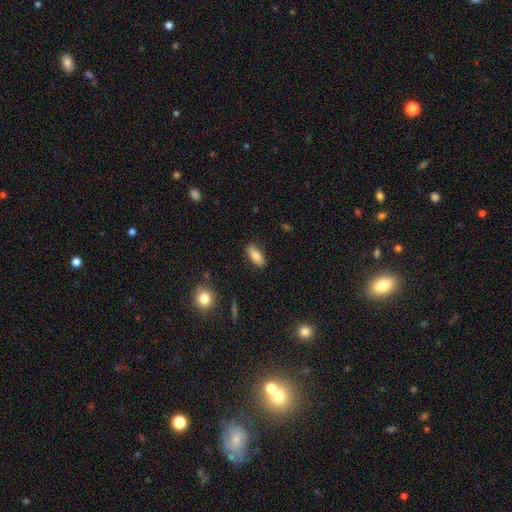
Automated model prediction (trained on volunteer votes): smooth-or-featured: smooth: 79% | featured or disk: 13% | star or artifact: 7%
  how-rounded: in between: 78% | cigar-shaped: 19% | round: 3%
  merging: none: 87% | minor disturbance: 10% | major disturbance: 2% | merger: 1%